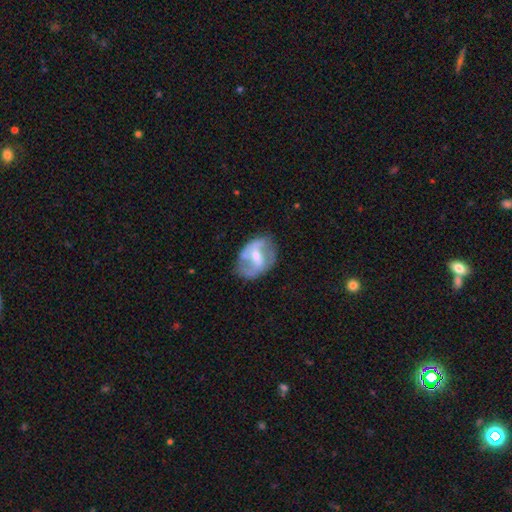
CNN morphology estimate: Smooth or featured? Predicted: featured or disk (p=0.66). Edge-on disk? Predicted: no (p=0.95). Bar? Predicted: weak (p=0.44). Spiral arms? Predicted: yes (p=0.62). Bulge size? Predicted: moderate (p=0.59). Merging? Predicted: none (p=0.63).